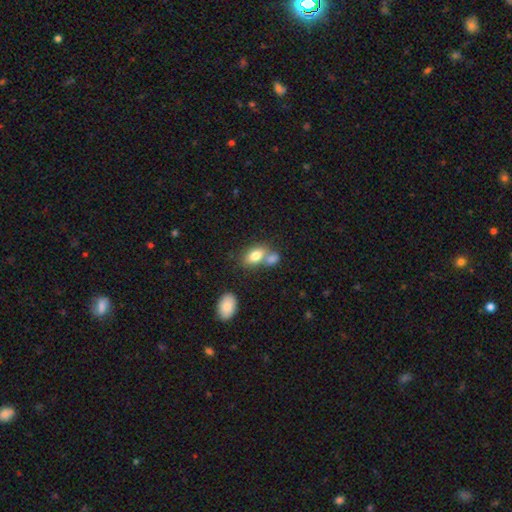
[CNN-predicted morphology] Overall: smooth (79%). How rounded: in between (86%). Merging: merger (43%; none 42%).